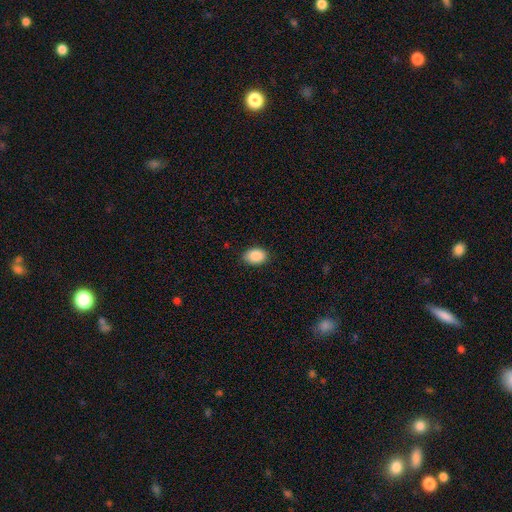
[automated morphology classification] Overall: smooth (89%). How rounded: in between (83%). Merging: none (86%).